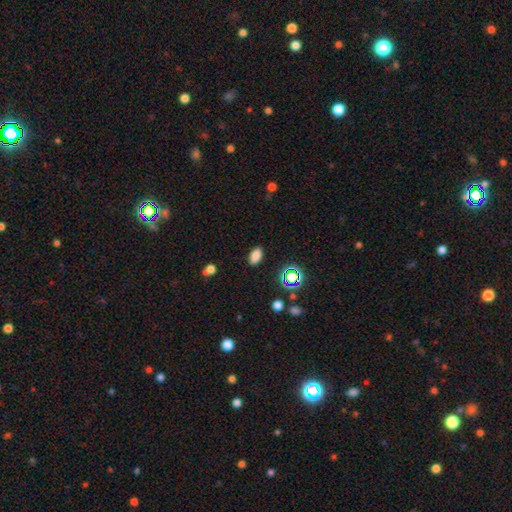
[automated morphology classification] smooth_or_featured: smooth (p=0.80) [alt: star or artifact p=0.15]
how_rounded: in between (p=0.89) [alt: round p=0.08]
merging: none (p=0.88) [alt: minor disturbance p=0.08]